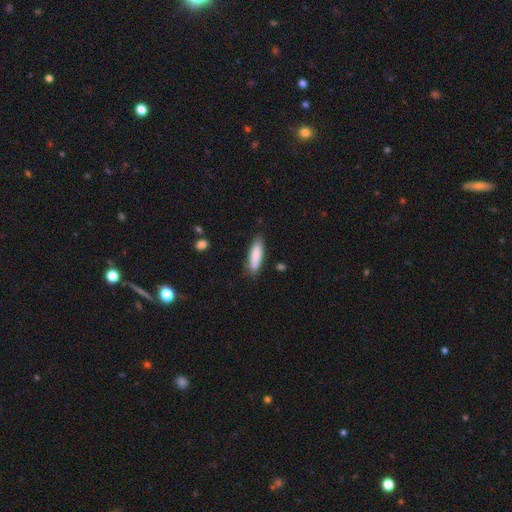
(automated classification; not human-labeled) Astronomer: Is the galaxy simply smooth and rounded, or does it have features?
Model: smooth — 86%.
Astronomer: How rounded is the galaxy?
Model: cigar-shaped — 60% (runner-up: in between, 39%).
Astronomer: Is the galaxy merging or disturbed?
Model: none — 81%.